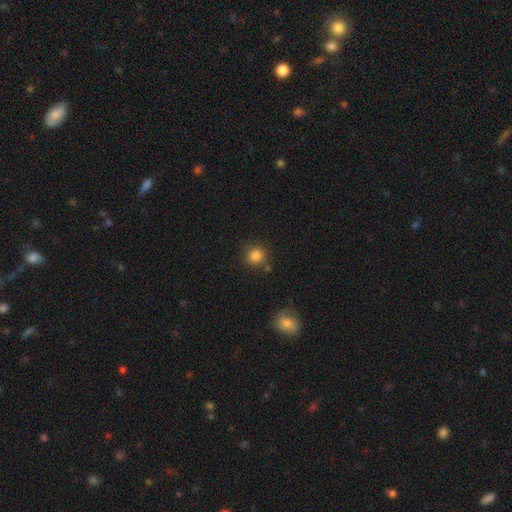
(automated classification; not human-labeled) Q: Smooth or featured?
A: smooth (84%); runner-up: star or artifact (11%)
Q: How rounded?
A: round (85%); runner-up: in between (14%)
Q: Merging?
A: none (82%); runner-up: minor disturbance (10%)